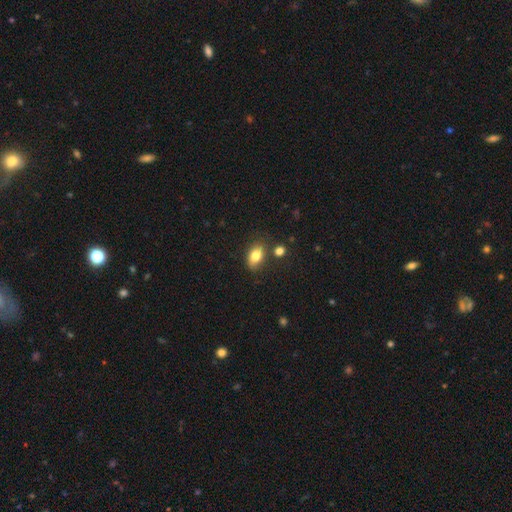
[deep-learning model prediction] The model was most divided on "merging": none: 71%, minor disturbance: 16%, merger: 8%, major disturbance: 4%. More confident: how rounded — in between (85%); smooth or featured — smooth (81%).